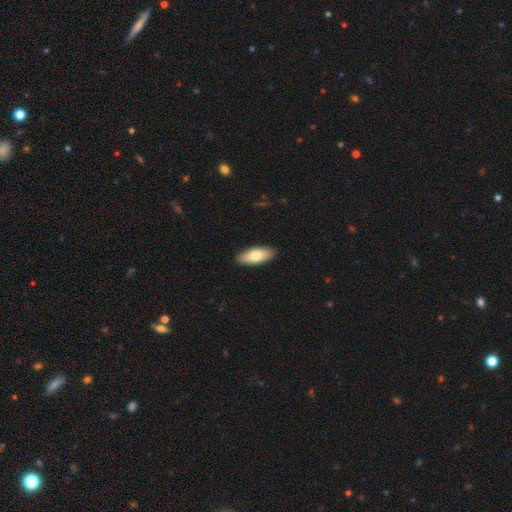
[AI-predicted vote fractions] Overall: smooth (80%). How rounded: in between (81%). Merging: none (90%).